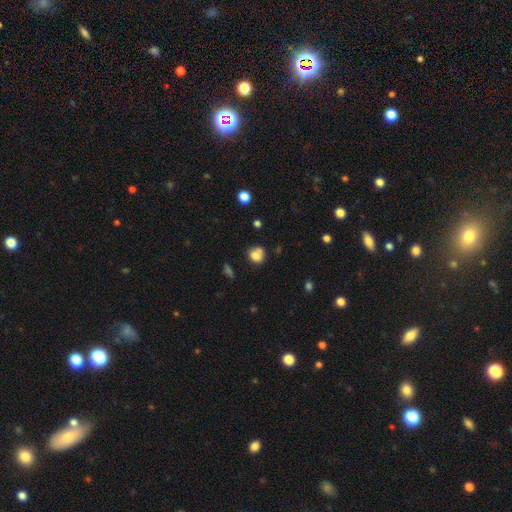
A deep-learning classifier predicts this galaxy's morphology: This appears to be a smooth galaxy with no disk features (76%) that is round (75%). Merging: none (53%).